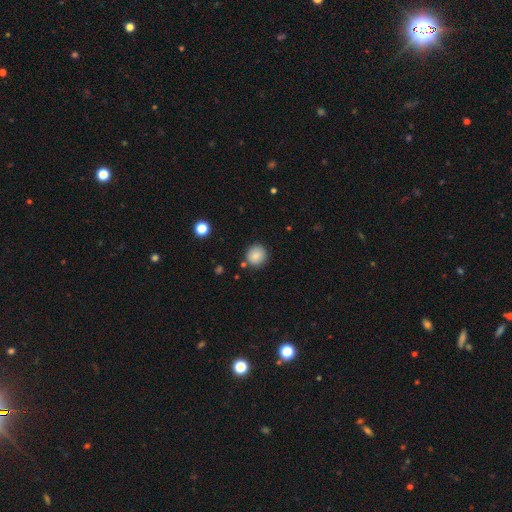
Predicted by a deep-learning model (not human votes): Smooth or featured?
  - smooth: 85% *
  - star or artifact: 10%
  - featured or disk: 6%
How rounded?
  - round: 92% *
  - in between: 7%
  - cigar-shaped: 1%
Merging?
  - none: 87% *
  - minor disturbance: 8%
  - merger: 3%
  - major disturbance: 2%